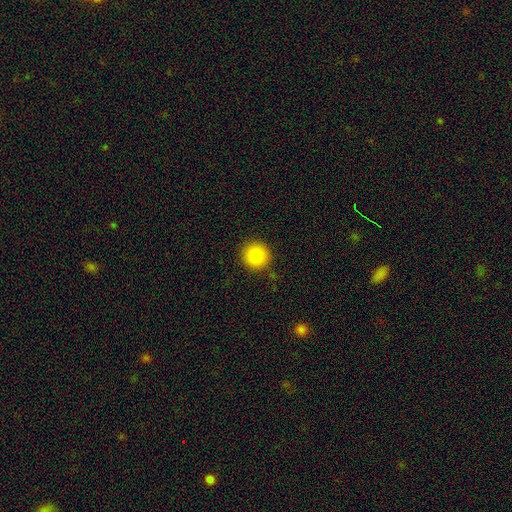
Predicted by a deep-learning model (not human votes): A smooth galaxy with no disk features (85%) that is round (94%). Merging: none (89%).